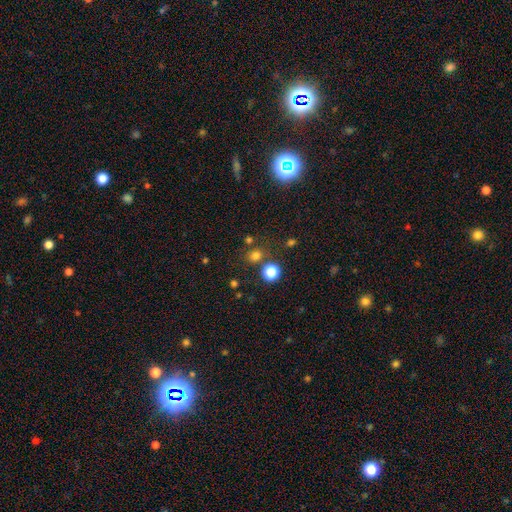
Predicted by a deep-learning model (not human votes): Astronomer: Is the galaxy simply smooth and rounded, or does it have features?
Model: smooth — 73%.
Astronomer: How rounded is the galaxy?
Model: round — 81%.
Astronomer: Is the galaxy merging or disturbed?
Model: none — 76%.